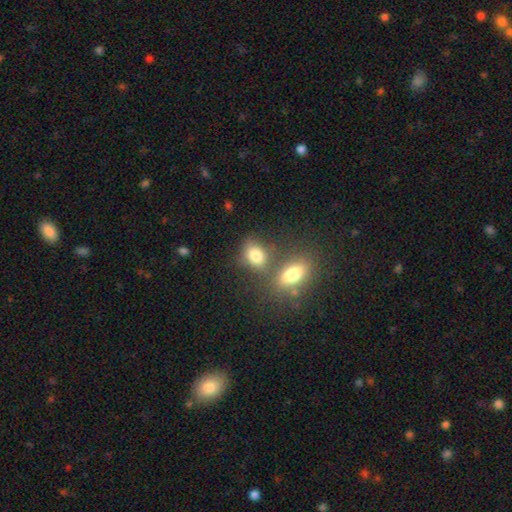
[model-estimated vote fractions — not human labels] smooth-or-featured: smooth: 81% | star or artifact: 10% | featured or disk: 9%
  how-rounded: in between: 74% | round: 23% | cigar-shaped: 2%
  merging: none: 47% | merger: 34% | minor disturbance: 13% | major disturbance: 6%